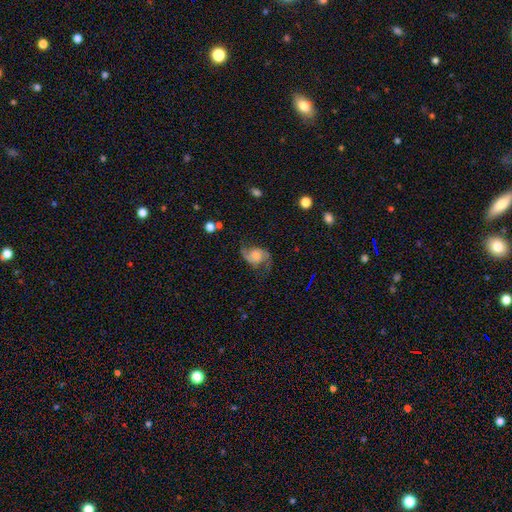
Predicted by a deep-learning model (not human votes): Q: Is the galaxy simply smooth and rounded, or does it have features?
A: featured or disk — 71%.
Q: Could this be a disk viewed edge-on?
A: no — 97%.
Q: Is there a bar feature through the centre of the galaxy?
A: no — 67%.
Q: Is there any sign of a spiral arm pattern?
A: yes — 92%.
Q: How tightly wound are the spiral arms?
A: loose — 56%.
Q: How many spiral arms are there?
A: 2 — 90%.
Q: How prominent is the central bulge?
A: moderate — 34%.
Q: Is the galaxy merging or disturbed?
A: none — 60%.